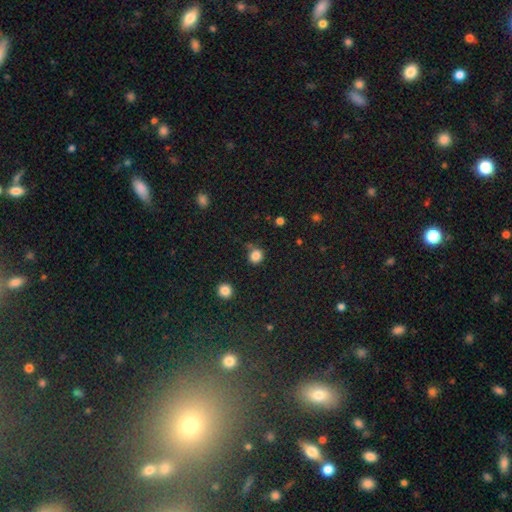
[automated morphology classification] Smooth or featured? smooth (83%)
How rounded? round (86%)
Merging? none (68%)